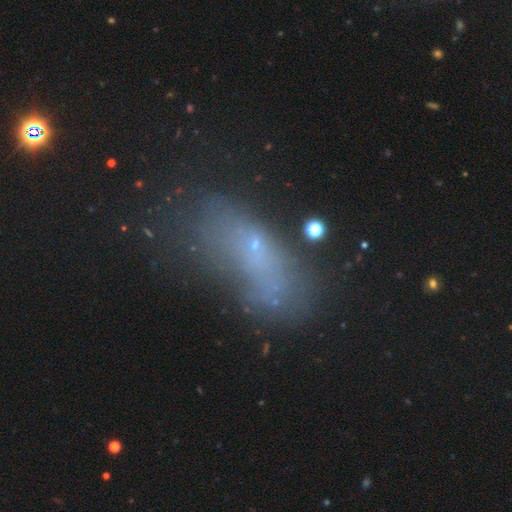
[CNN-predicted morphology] This is possibly a smooth galaxy (48%). Merging: marginally none (34%).